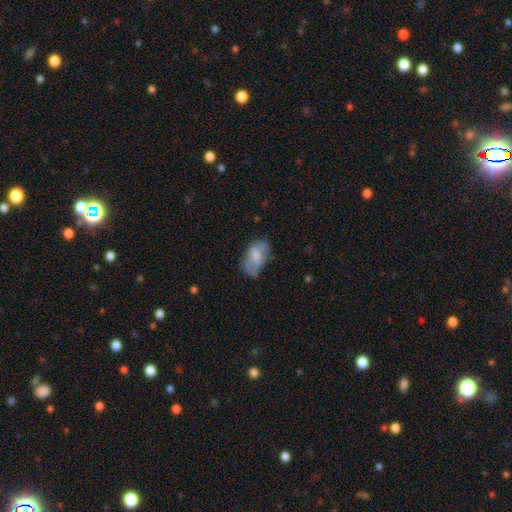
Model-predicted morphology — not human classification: type=smooth (59%); roundness=in between (92%); merging=none (41%).